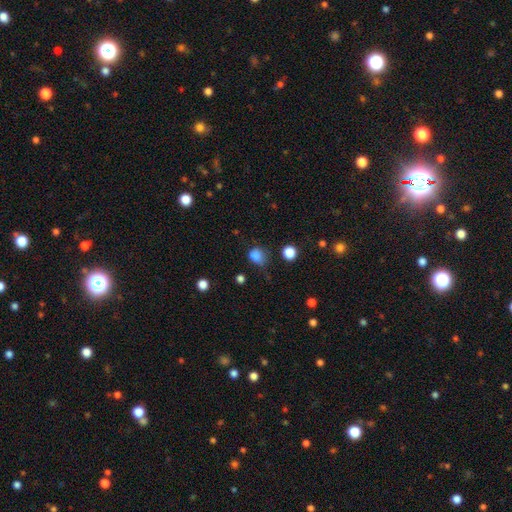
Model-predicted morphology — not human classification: Smooth or featured? Predicted: smooth (p=0.82). How rounded? Predicted: round (p=0.69). Merging? Predicted: none (p=0.58).